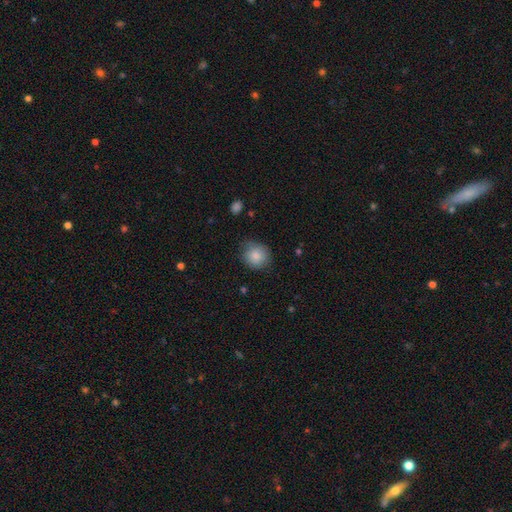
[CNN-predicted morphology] This appears to be a smooth galaxy with no disk features (86%) that is round (85%). Merging: none (72%).